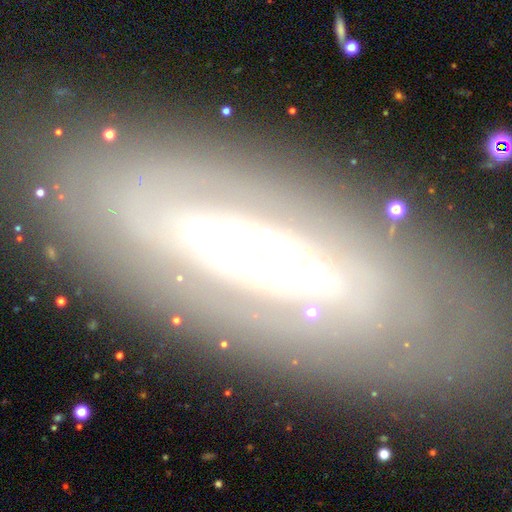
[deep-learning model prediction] Smooth or featured: featured or disk — 72% (smooth — 19%)
Edge-on disk: no — 68% (yes — 32%)
Merging: none — 84% (minor disturbance — 11%)